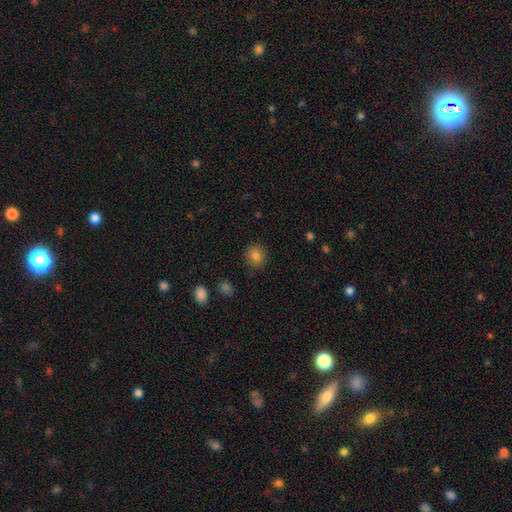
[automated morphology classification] A smooth galaxy with no disk features (83%) that is round (79%).

Vote fractions:
- Smooth or featured? smooth: 83% / star or artifact: 11% / featured or disk: 6%
- How rounded? round: 79% / in between: 20% / cigar-shaped: 1%
- Merging? none: 87% / minor disturbance: 9% / major disturbance: 3% / merger: 1%